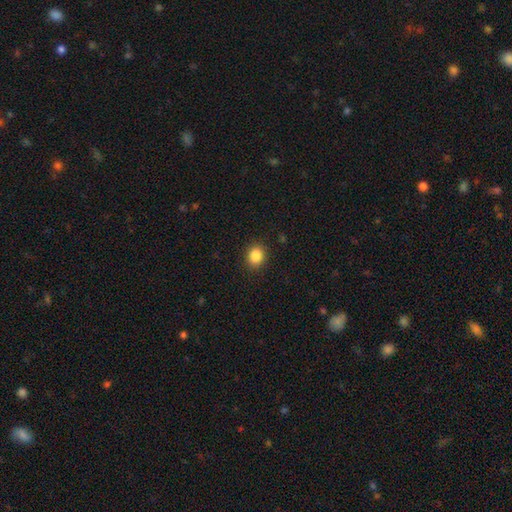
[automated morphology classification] smooth_or_featured: smooth (p=0.86) [alt: star or artifact p=0.10]
how_rounded: round (p=0.67) [alt: in between p=0.32]
merging: none (p=0.89) [alt: minor disturbance p=0.07]